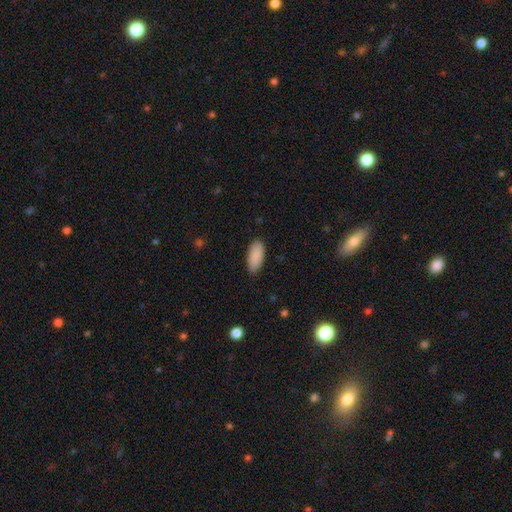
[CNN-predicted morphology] type=smooth (89%); roundness=in between (88%); merging=none (85%).